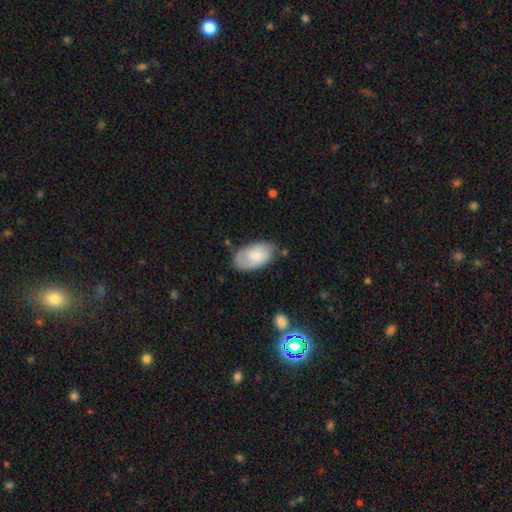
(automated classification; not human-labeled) Q: Smooth or featured?
A: smooth (69%); runner-up: featured or disk (25%)
Q: How rounded?
A: in between (95%); runner-up: round (4%)
Q: Merging?
A: none (69%); runner-up: minor disturbance (23%)